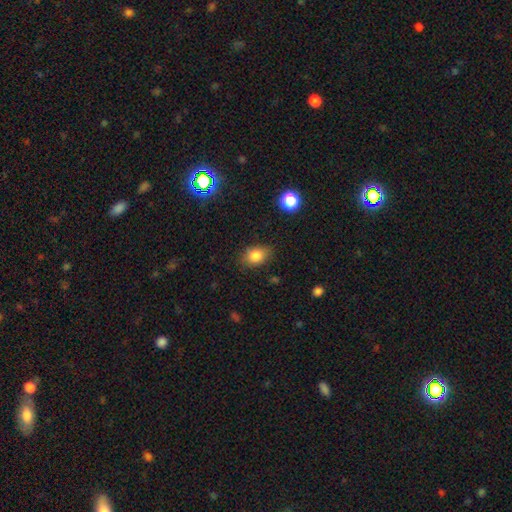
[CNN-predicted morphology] A smooth galaxy with no disk features (83%) that is in between round and cigar-shaped (72%). Merging: none (79%).